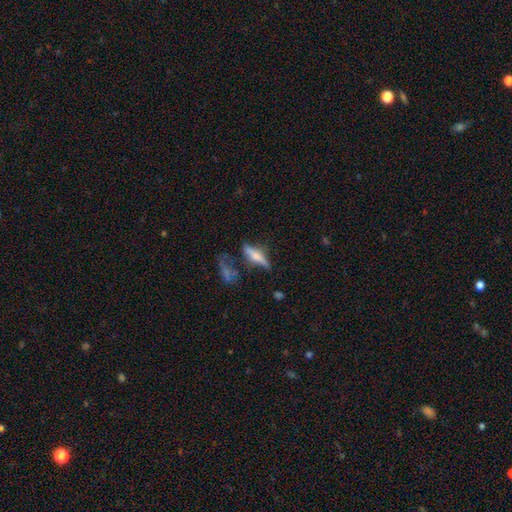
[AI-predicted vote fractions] The model was most divided on "smooth or featured": featured or disk: 49%, smooth: 41%, star or artifact: 10%. More confident: merging — none (55%).